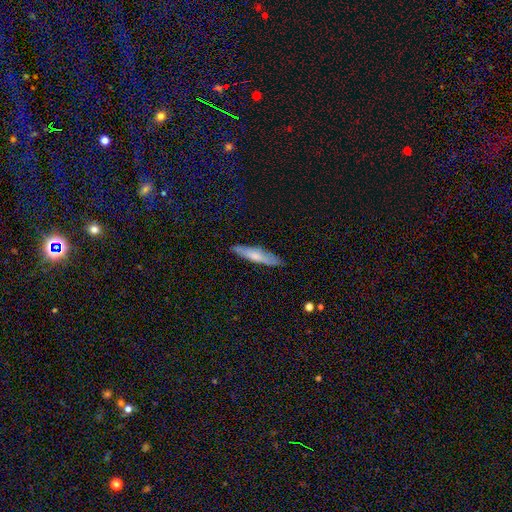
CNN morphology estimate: smooth_or_featured: smooth (p=0.65) [alt: featured or disk p=0.29]
how_rounded: cigar-shaped (p=0.82) [alt: in between p=0.16]
merging: none (p=0.82) [alt: minor disturbance p=0.14]